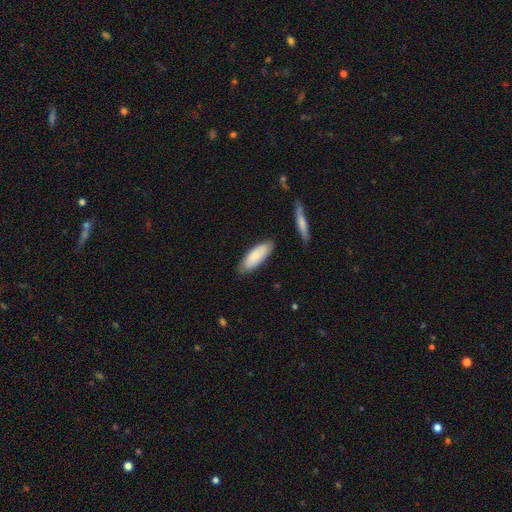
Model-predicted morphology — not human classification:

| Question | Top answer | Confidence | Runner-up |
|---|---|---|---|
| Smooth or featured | smooth | 80% | featured or disk (14%) |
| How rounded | in between | 70% | cigar-shaped (29%) |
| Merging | none | 80% | minor disturbance (14%) |